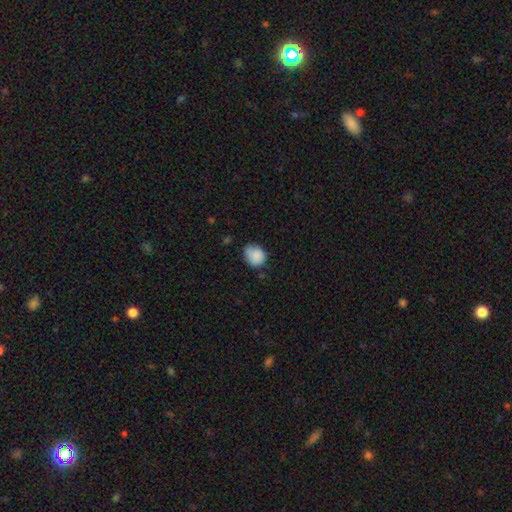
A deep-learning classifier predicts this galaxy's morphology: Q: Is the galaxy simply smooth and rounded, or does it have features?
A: smooth — 83%.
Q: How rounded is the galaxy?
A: round — 62%.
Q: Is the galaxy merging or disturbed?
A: none — 56%.